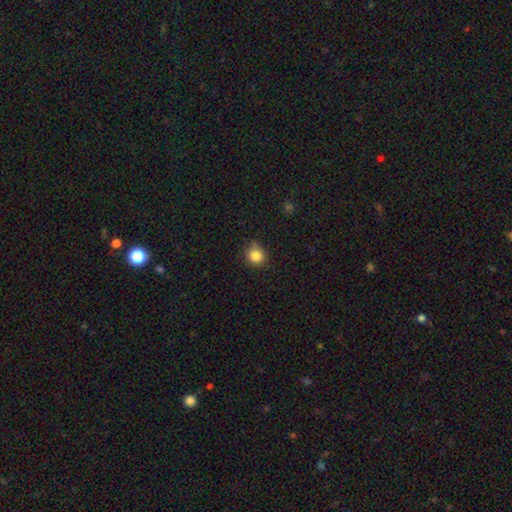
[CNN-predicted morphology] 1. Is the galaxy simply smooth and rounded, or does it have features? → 83% smooth, 11% star or artifact, 5% featured or disk.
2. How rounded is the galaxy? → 85% round, 14% in between, 1% cigar-shaped.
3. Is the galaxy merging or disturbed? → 69% none, 24% minor disturbance, 4% major disturbance, 3% merger.